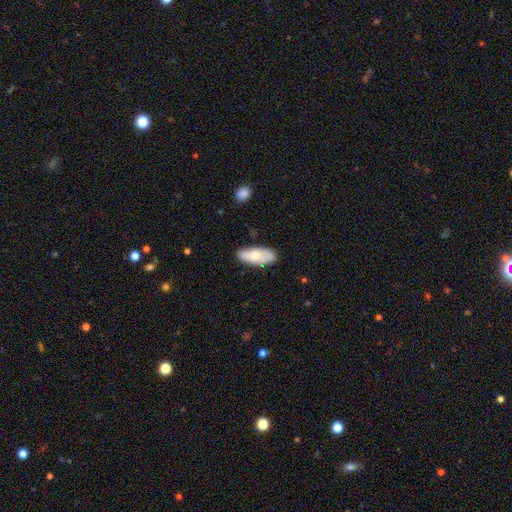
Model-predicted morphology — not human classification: This is likely a smooth galaxy (72%). How rounded: clearly in between (80%). Merging: likely none (77%).